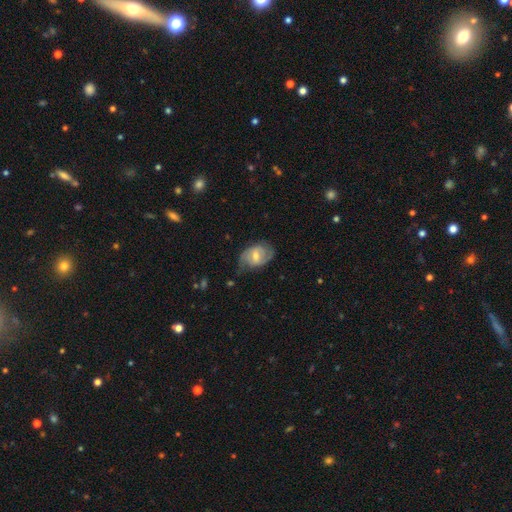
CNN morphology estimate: Smooth or featured?
  - featured or disk: 63% *
  - smooth: 30%
  - star or artifact: 7%
Edge-on disk?
  - no: 96% *
  - yes: 4%
Bar?
  - weak: 55% *
  - no: 27%
  - strong: 18%
Spiral arms?
  - yes: 83% *
  - no: 17%
Spiral winding?
  - medium: 43% *
  - tight: 35%
  - loose: 22%
Spiral arm count?
  - 2: 74% *
  - can't tell: 17%
  - 1: 4%
  - 3: 3%
  - 4: 1%
  - more than 4: 1%
Bulge size?
  - moderate: 59% *
  - small: 33%
  - large: 4%
  - none: 3%
  - dominant: 1%
Merging?
  - none: 62% *
  - minor disturbance: 26%
  - major disturbance: 10%
  - merger: 2%